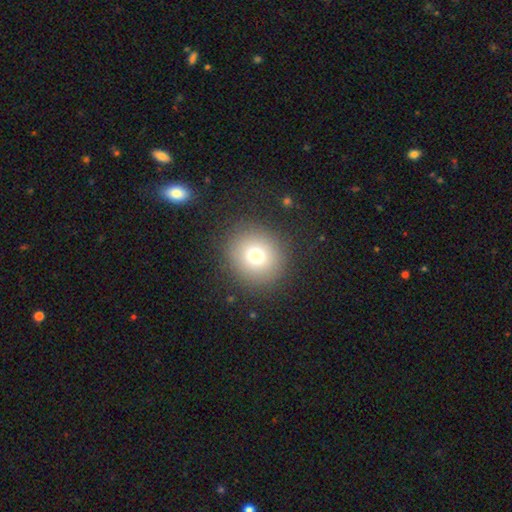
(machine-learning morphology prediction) Smooth or featured? smooth (75%)
How rounded? round (89%)
Merging? none (88%)